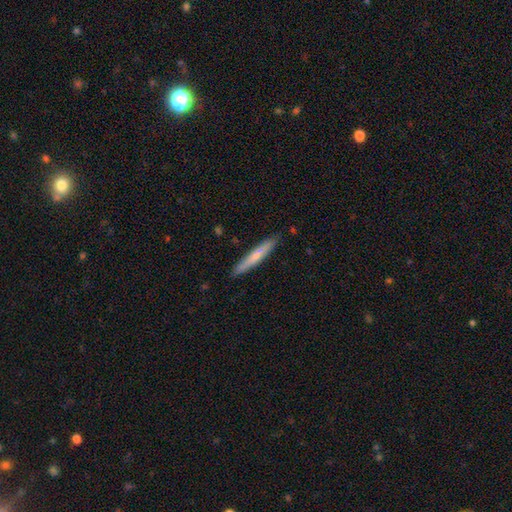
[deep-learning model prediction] smooth_or_featured: smooth (p=0.65) [alt: featured or disk p=0.29]
how_rounded: cigar-shaped (p=0.95) [alt: in between p=0.03]
merging: none (p=0.89) [alt: minor disturbance p=0.08]